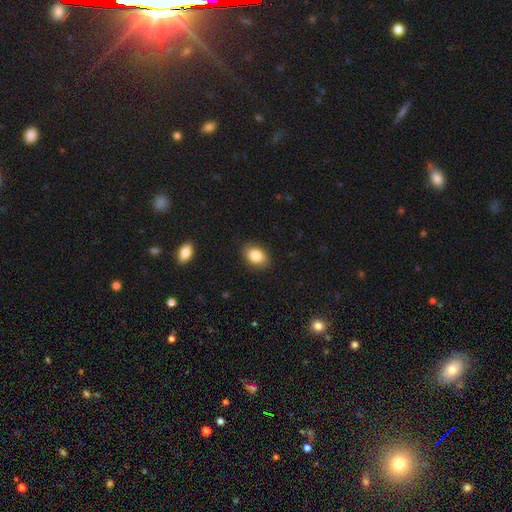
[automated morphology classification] A smooth galaxy with no disk features (86%) that is in between round and cigar-shaped (83%). Merging: none (87%).